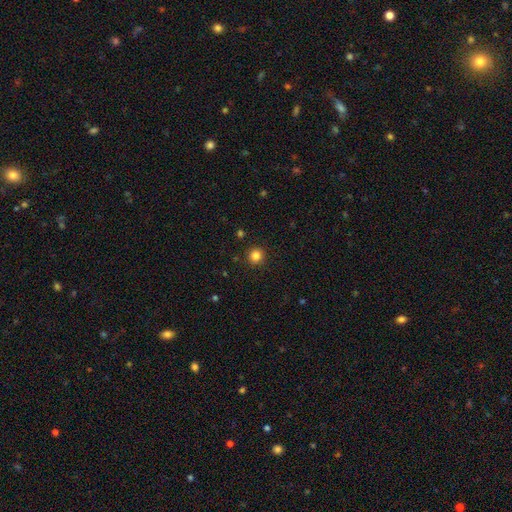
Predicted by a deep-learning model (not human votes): Smooth or featured? Predicted: smooth (p=0.83). How rounded? Predicted: round (p=0.94). Merging? Predicted: none (p=0.92).